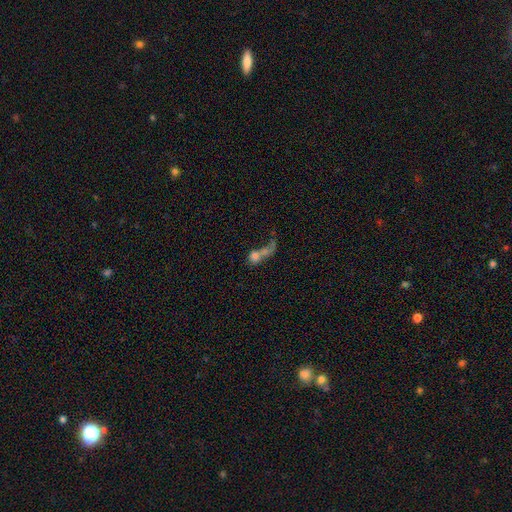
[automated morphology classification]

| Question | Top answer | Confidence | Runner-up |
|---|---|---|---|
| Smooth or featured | smooth | 53% | featured or disk (31%) |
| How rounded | in between | 46% | round (45%) |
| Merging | merger | 54% | major disturbance (23%) |